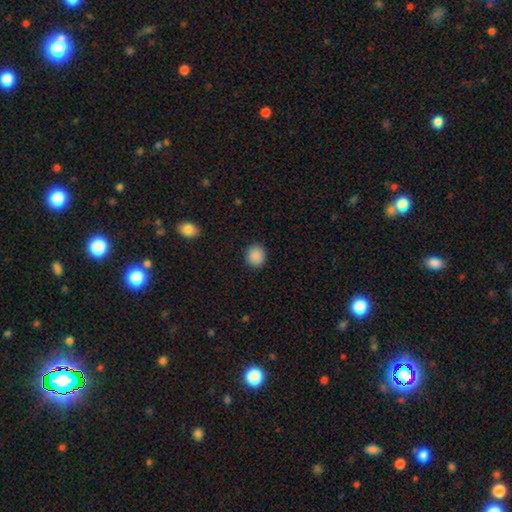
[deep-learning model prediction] smooth-or-featured: smooth: 89% | star or artifact: 8% | featured or disk: 3%
  how-rounded: round: 79% | in between: 20% | cigar-shaped: 1%
  merging: none: 89% | minor disturbance: 8% | major disturbance: 2% | merger: 1%